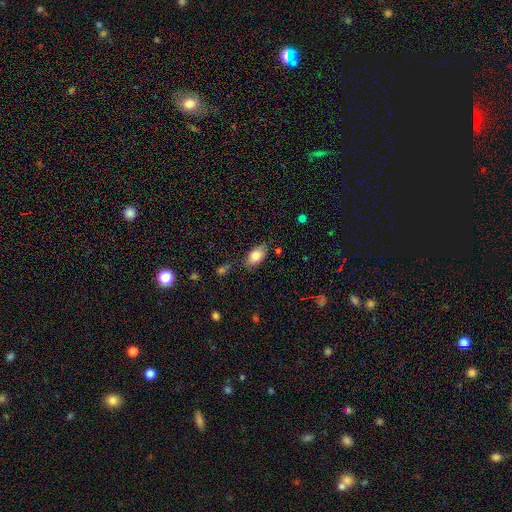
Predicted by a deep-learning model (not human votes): Morphology: type=smooth (80%); roundness=in between (91%); merging=none (73%).